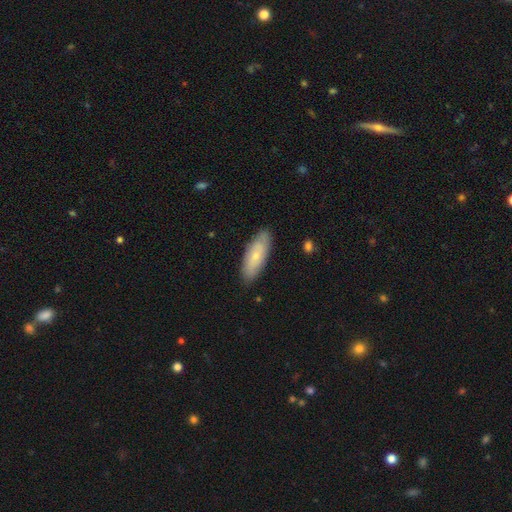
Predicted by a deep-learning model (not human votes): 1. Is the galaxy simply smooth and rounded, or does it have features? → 61% smooth, 33% featured or disk, 6% star or artifact.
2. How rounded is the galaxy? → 66% in between, 32% cigar-shaped, 2% round.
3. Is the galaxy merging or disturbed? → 83% none, 14% minor disturbance, 2% major disturbance, 1% merger.